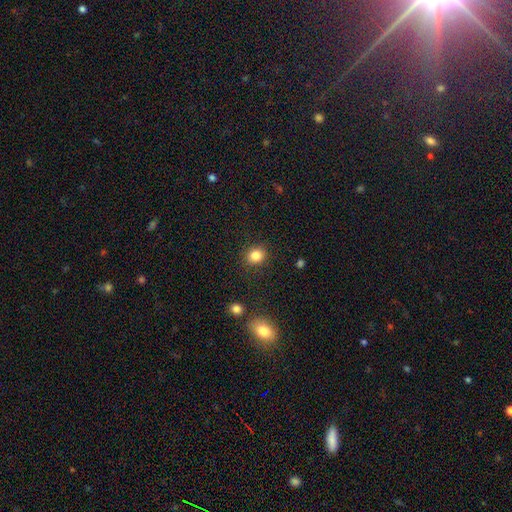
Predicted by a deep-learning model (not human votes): A smooth galaxy with no disk features (85%) that is round (67%).

Vote fractions:
- Smooth or featured? smooth: 85% / star or artifact: 10% / featured or disk: 5%
- How rounded? round: 67% / in between: 32% / cigar-shaped: 1%
- Merging? none: 87% / minor disturbance: 8% / major disturbance: 3% / merger: 2%